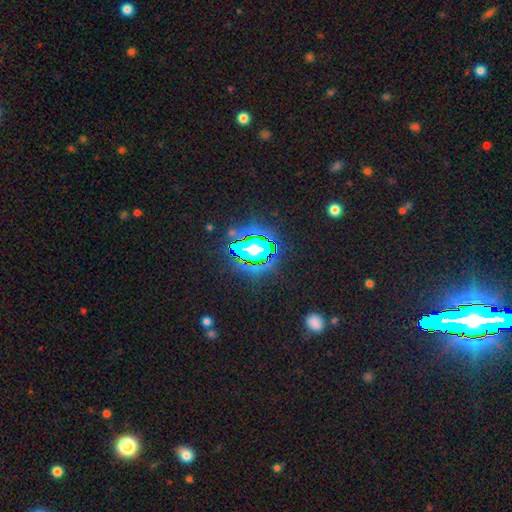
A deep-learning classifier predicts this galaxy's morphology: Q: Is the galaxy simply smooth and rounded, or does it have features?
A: star or artifact — 76%.